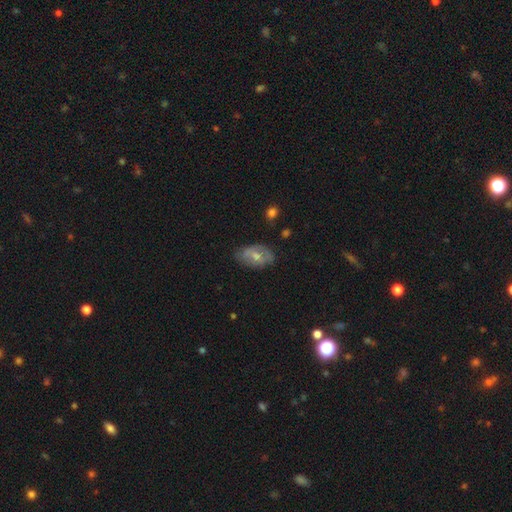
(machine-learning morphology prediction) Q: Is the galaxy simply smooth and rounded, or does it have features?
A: smooth — 50%.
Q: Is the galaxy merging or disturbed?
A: none — 62%.